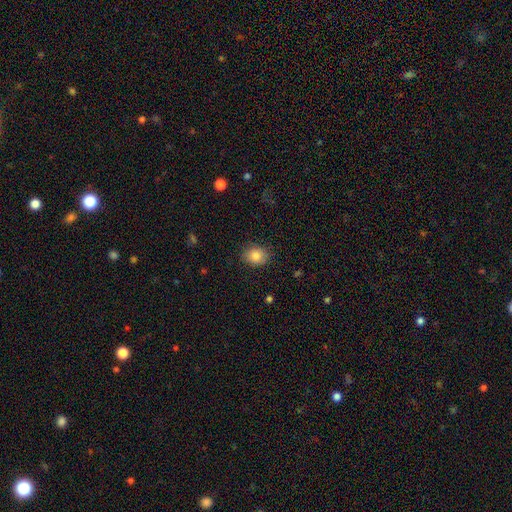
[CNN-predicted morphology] Smooth or featured: smooth — 85% (star or artifact — 9%)
How rounded: in between — 52% (round — 47%)
Merging: none — 86% (minor disturbance — 11%)